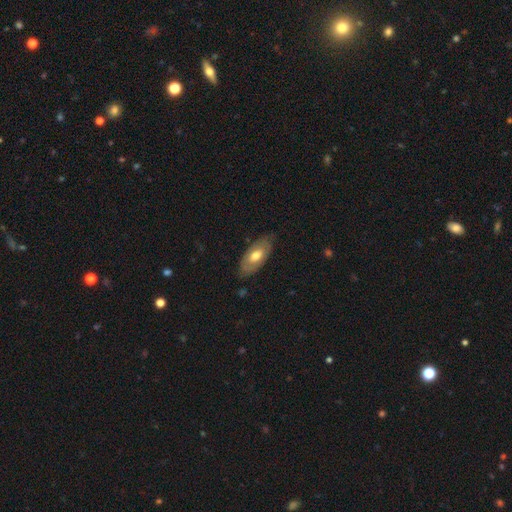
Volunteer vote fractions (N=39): smooth_or_featured: smooth (p=0.49) [tied with: featured or disk p=0.49]
how_rounded: in between (p=0.95) [alt: cigar-shaped p=0.05]
merging: none (p=0.79) [alt: minor disturbance p=0.18]